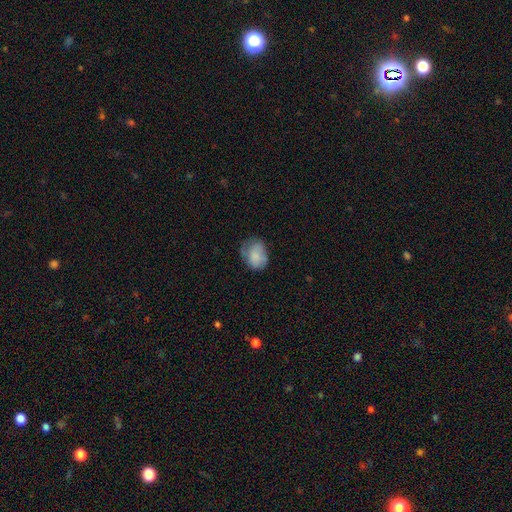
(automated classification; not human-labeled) smooth_or_featured: smooth (p=0.75) [alt: featured or disk p=0.17]
how_rounded: in between (p=0.61) [alt: round p=0.38]
merging: none (p=0.44) [alt: minor disturbance p=0.35]